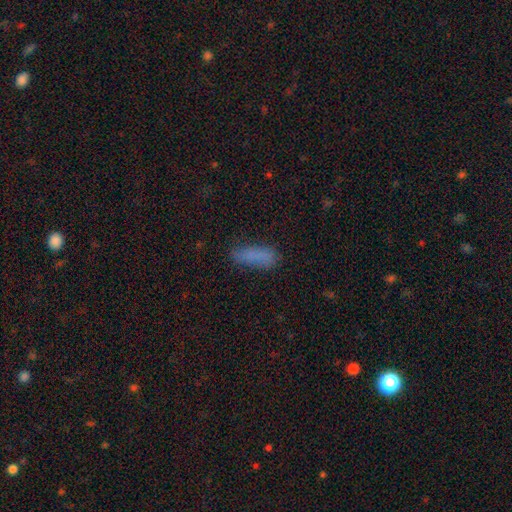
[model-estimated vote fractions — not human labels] This appears to be a smooth galaxy with no disk features (80%) that is in between round and cigar-shaped (50%). Merging: none (68%).